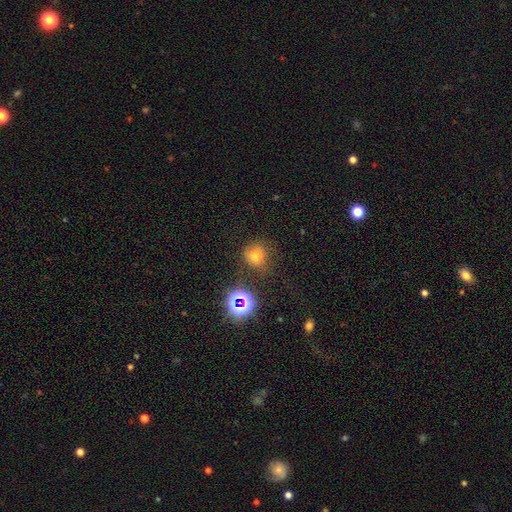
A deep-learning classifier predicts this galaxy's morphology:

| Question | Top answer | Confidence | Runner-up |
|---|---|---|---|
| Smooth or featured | smooth | 68% | star or artifact (23%) |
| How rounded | round | 85% | in between (14%) |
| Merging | none | 71% | minor disturbance (17%) |